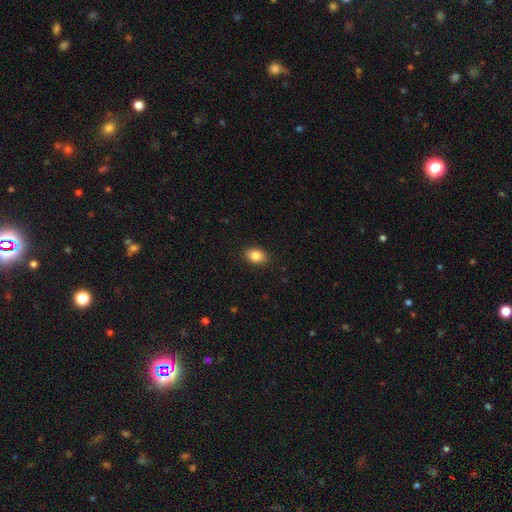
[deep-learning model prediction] A smooth galaxy with no disk features (85%) that is in between round and cigar-shaped (80%). Merging: none (89%).